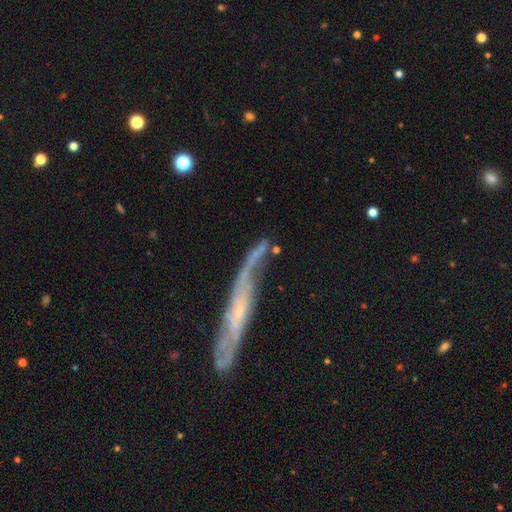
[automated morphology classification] Smooth or featured? featured or disk (65%)
Edge-on disk? no (58%)
Merging? none (46%)